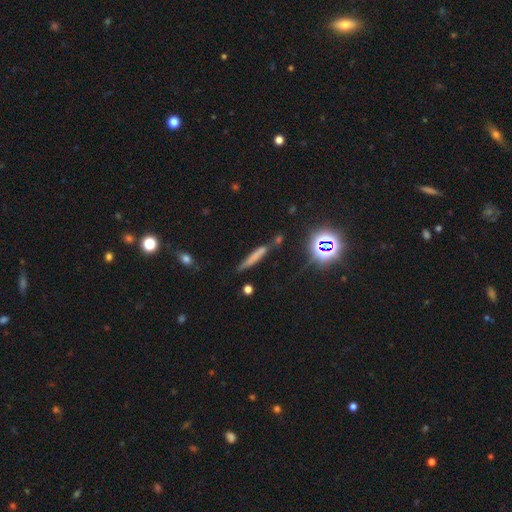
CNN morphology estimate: A smooth galaxy with no disk features (59%) that is cigar-shaped (90%).

Vote fractions:
- Smooth or featured? smooth: 59% / featured or disk: 23% / star or artifact: 17%
- How rounded? cigar-shaped: 90% / in between: 7% / round: 3%
- Merging? none: 70% / minor disturbance: 17% / merger: 8% / major disturbance: 5%